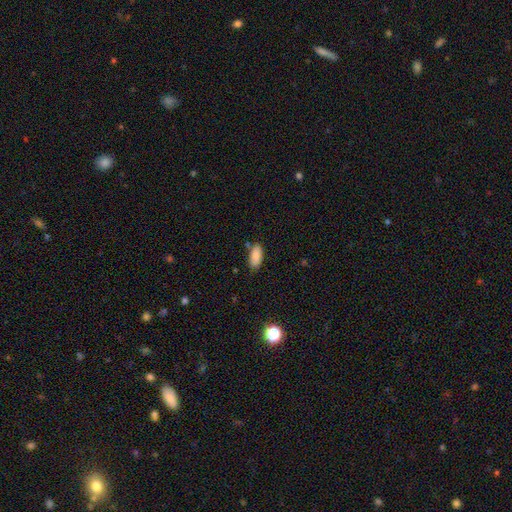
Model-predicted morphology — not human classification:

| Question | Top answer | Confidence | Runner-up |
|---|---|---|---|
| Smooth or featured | smooth | 85% | star or artifact (8%) |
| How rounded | in between | 89% | cigar-shaped (9%) |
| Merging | none | 75% | minor disturbance (17%) |